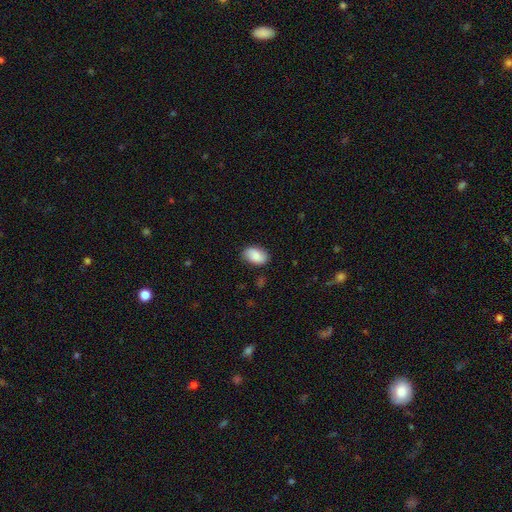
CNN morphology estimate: This appears to be a smooth galaxy with no disk features (84%) that is in between round and cigar-shaped (90%). Merging: none (79%).